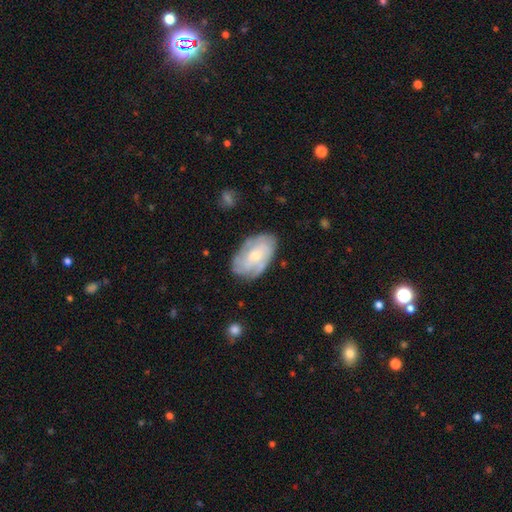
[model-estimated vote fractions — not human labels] A featured or disk galaxy (65%) with no bar (73%), spiral arms (79%) and a small central bulge (58%).

Vote fractions:
- Smooth or featured? featured or disk: 65% / smooth: 29% / star or artifact: 6%
- Edge-on disk? no: 95% / yes: 5%
- Bar? no: 73% / weak: 23% / strong: 5%
- Spiral arms? yes: 79% / no: 21%
- Bulge size? small: 58% / moderate: 37% / large: 2% / none: 1% / dominant: 1%
- Merging? none: 72% / minor disturbance: 20% / major disturbance: 6% / merger: 2%